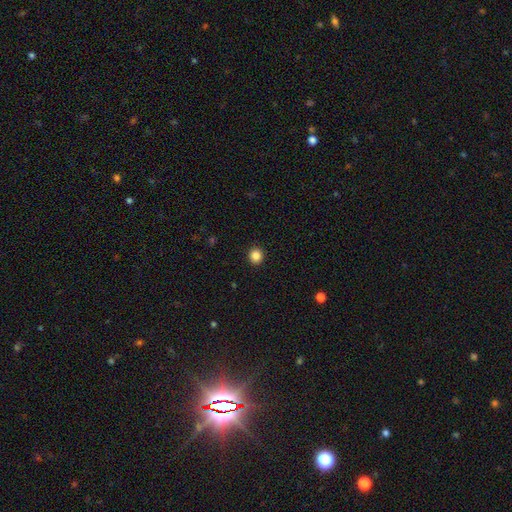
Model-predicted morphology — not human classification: Smooth or featured? smooth (86%)
How rounded? round (90%)
Merging? none (93%)